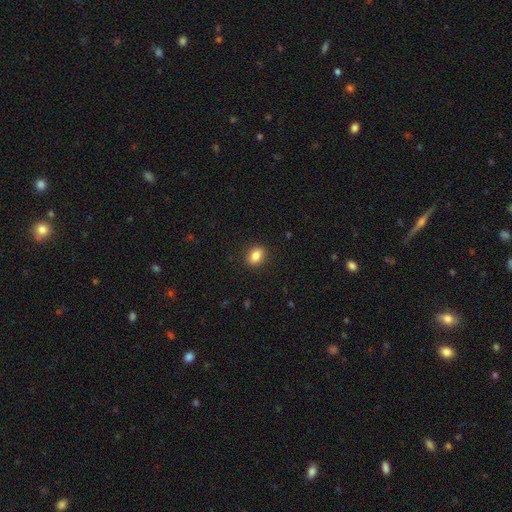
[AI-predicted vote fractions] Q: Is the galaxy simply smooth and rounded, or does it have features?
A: smooth — 84%.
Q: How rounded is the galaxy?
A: in between — 67%.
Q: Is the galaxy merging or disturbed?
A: none — 90%.